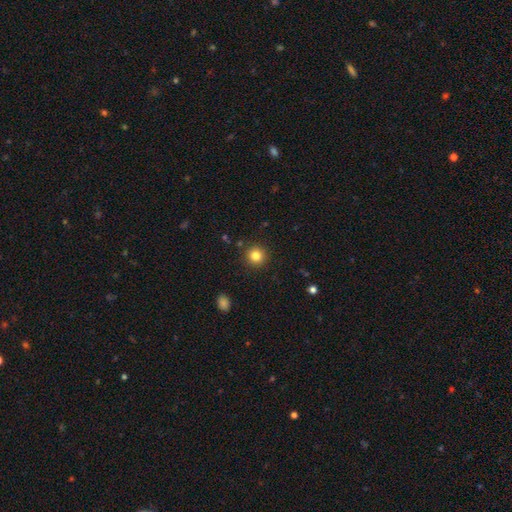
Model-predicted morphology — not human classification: Overall: smooth (82%). How rounded: round (94%). Merging: none (90%).